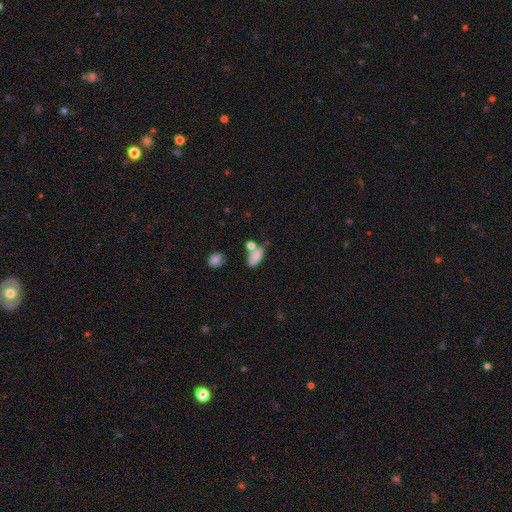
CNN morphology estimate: The model was most divided on "merging": none: 34%, merger: 32%, minor disturbance: 22%, major disturbance: 12%. More confident: how rounded — in between (85%); smooth or featured — smooth (75%).